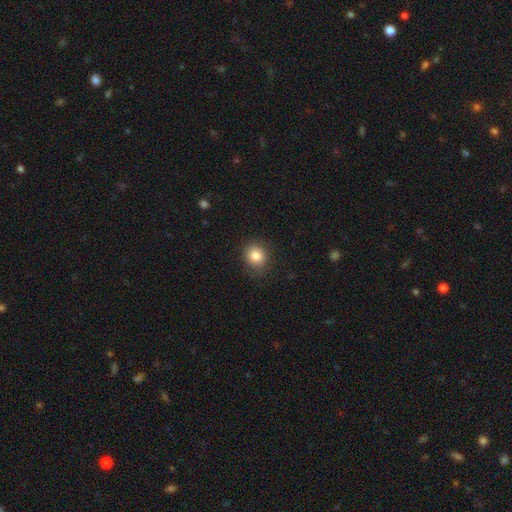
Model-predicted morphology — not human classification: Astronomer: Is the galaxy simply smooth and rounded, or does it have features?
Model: smooth — 84%.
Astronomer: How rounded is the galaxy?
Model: round — 80%.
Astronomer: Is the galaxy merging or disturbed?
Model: none — 86%.